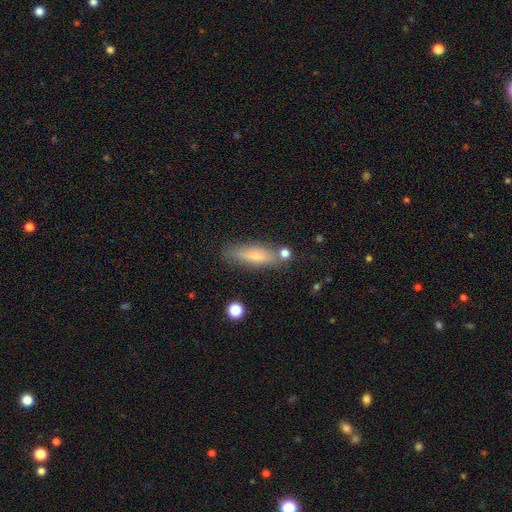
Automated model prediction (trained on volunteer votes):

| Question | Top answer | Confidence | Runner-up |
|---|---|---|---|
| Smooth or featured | smooth | 62% | featured or disk (29%) |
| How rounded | cigar-shaped | 61% | in between (36%) |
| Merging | none | 75% | minor disturbance (15%) |